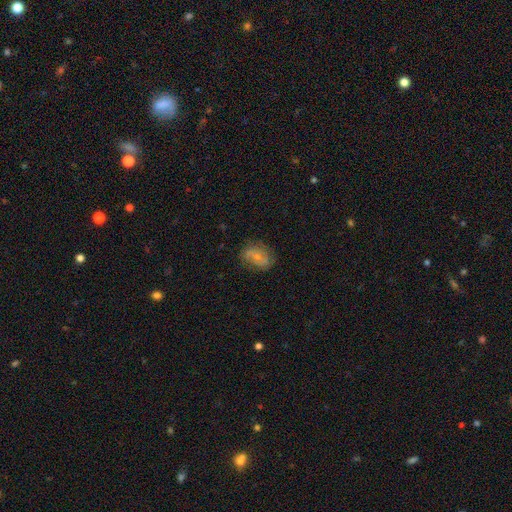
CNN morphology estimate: The model was most divided on "smooth or featured": featured or disk: 48%, smooth: 44%, star or artifact: 8%. More confident: merging — none (69%).